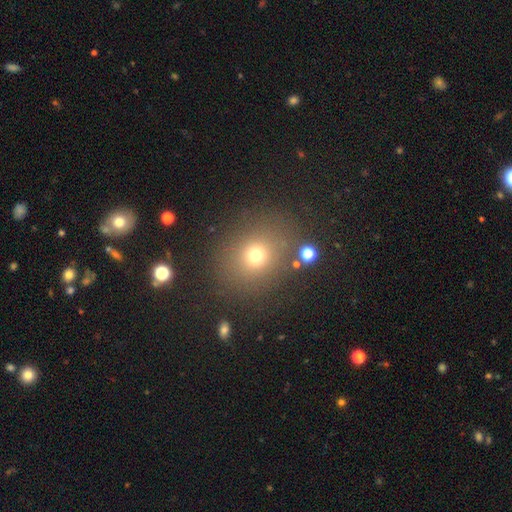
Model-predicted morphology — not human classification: This is likely a smooth galaxy (70%). How rounded: likely round (71%). Merging: clearly none (81%).